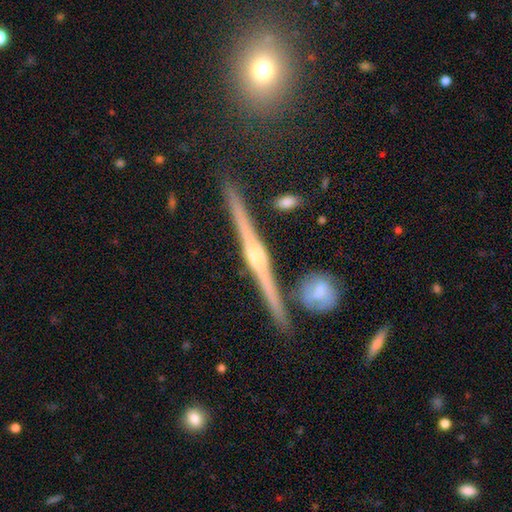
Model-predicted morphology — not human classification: Smooth or featured: featured or disk — 87% (smooth — 7%)
Edge-on disk: yes — 98% (no — 2%)
Edge-on bulge: rounded — 83% (boxy — 9%)
Merging: none — 89% (minor disturbance — 6%)